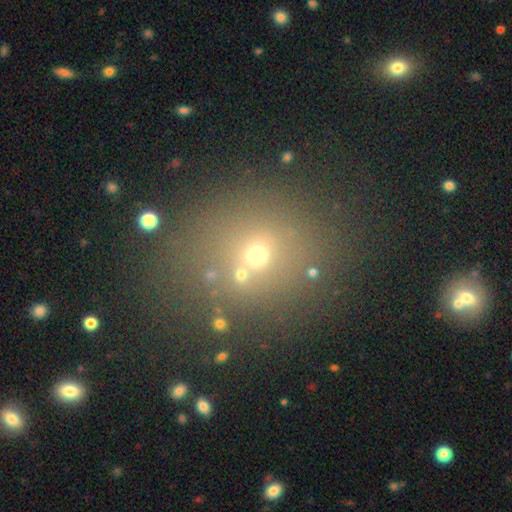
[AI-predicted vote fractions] This appears to be a smooth galaxy with no disk features (59%) that is round (74%). Merging: none (73%).